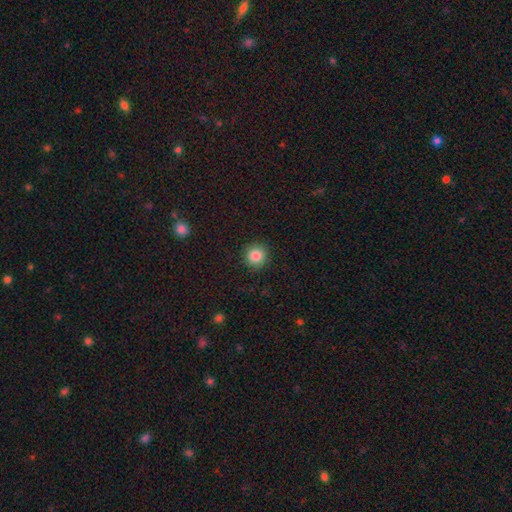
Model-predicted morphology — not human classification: Smooth or featured? smooth (86%)
How rounded? round (94%)
Merging? none (91%)